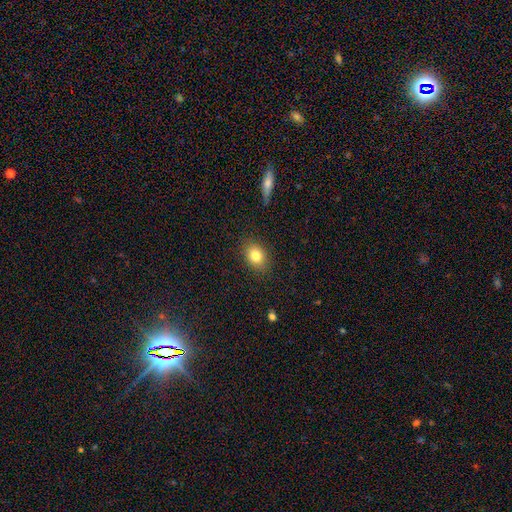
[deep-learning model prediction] Smooth or featured? smooth (81%)
How rounded? in between (62%)
Merging? none (87%)